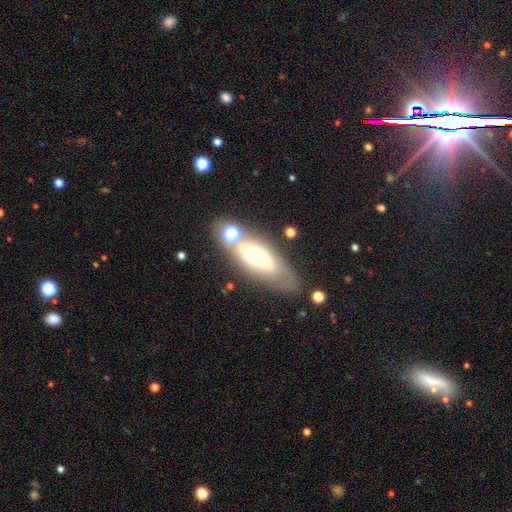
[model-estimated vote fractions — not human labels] Smooth or featured?
  - featured or disk: 51% *
  - smooth: 40%
  - star or artifact: 9%
Edge-on disk?
  - no: 77% *
  - yes: 23%
Merging?
  - none: 63% *
  - minor disturbance: 17%
  - merger: 13%
  - major disturbance: 8%